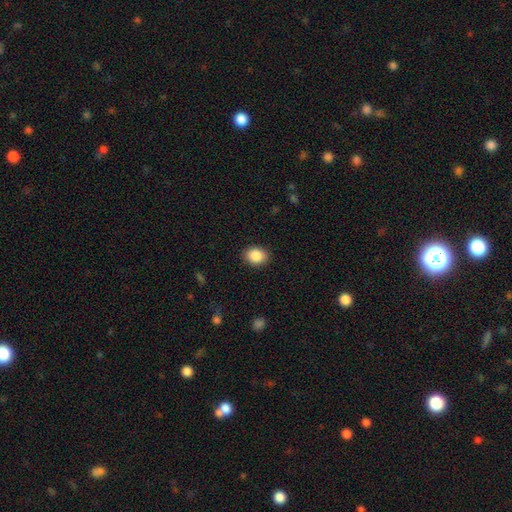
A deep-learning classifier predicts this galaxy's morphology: This appears to be a smooth galaxy with no disk features (88%) that is in between round and cigar-shaped (51%). Merging: none (89%).